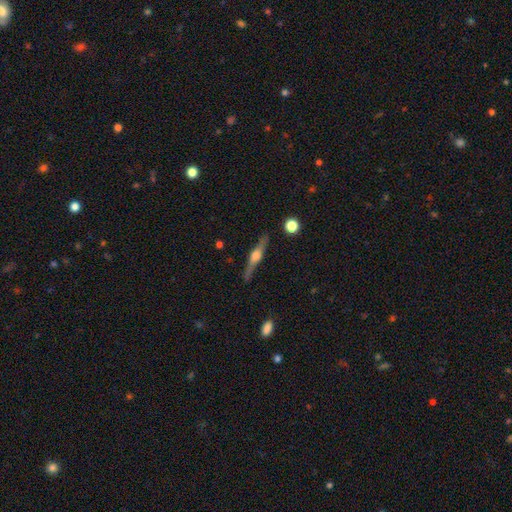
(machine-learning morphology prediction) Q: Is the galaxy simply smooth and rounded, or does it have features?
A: featured or disk — 77%.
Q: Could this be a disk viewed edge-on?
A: yes — 97%.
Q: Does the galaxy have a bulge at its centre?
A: rounded — 86%.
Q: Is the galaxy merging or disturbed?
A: none — 86%.